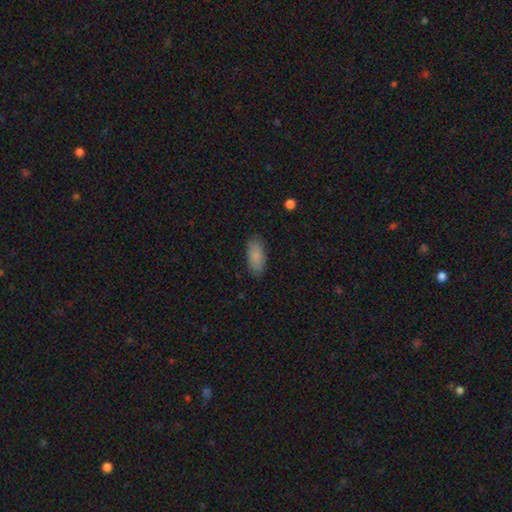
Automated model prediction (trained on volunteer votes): This appears to be a smooth galaxy with no disk features (85%) that is in between round and cigar-shaped (89%). Merging: none (85%).